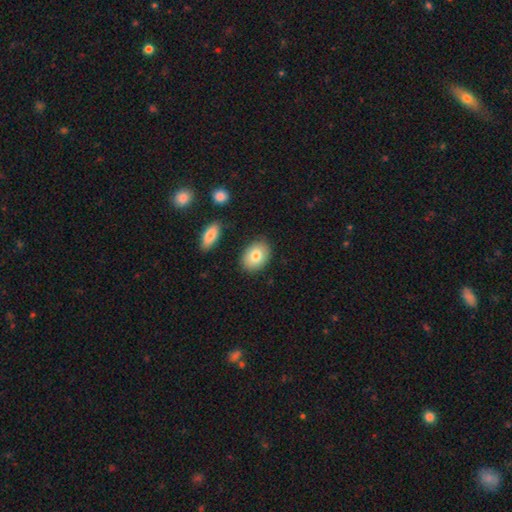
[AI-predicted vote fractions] Q: Smooth or featured?
A: smooth (80%); runner-up: featured or disk (12%)
Q: How rounded?
A: in between (77%); runner-up: round (22%)
Q: Merging?
A: none (85%); runner-up: minor disturbance (10%)